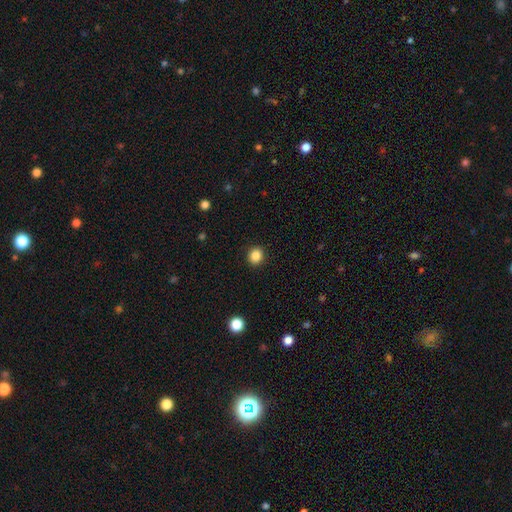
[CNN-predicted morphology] Q: Smooth or featured?
A: smooth (86%); runner-up: star or artifact (11%)
Q: How rounded?
A: round (81%); runner-up: in between (18%)
Q: Merging?
A: none (92%); runner-up: minor disturbance (5%)